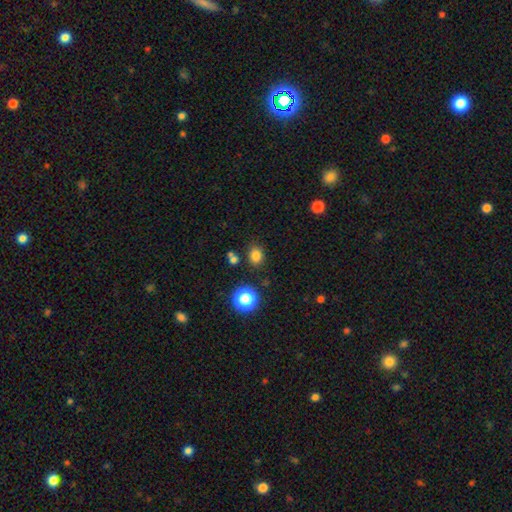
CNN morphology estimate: Smooth or featured? smooth (79%)
How rounded? round (58%)
Merging? none (82%)